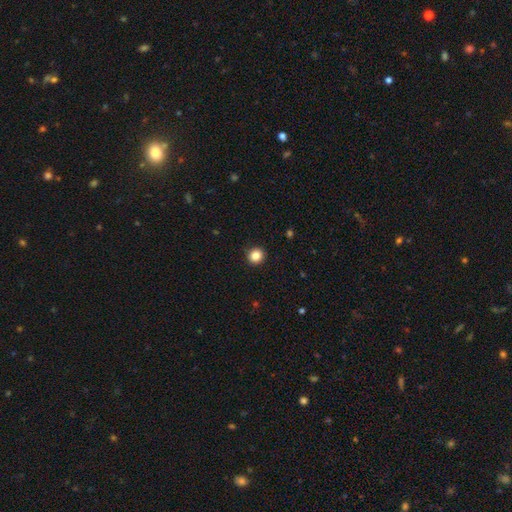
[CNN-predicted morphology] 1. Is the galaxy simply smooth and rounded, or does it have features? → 85% smooth, 11% star or artifact, 4% featured or disk.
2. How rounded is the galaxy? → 92% round, 7% in between, 1% cigar-shaped.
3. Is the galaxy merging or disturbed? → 92% none, 5% minor disturbance, 2% major disturbance, 1% merger.